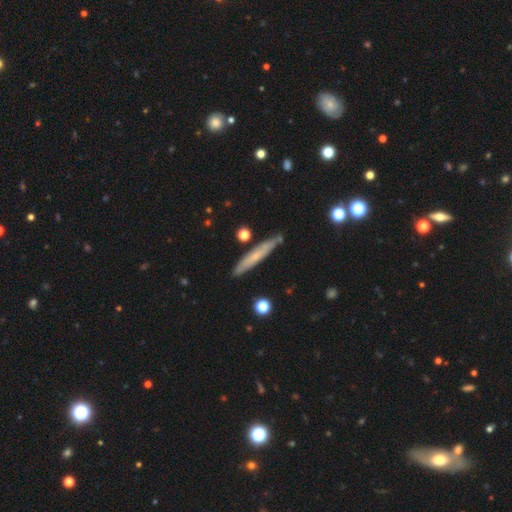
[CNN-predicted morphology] Q: Smooth or featured?
A: smooth (55%); runner-up: featured or disk (38%)
Q: How rounded?
A: cigar-shaped (94%); runner-up: in between (4%)
Q: Merging?
A: none (85%); runner-up: minor disturbance (11%)